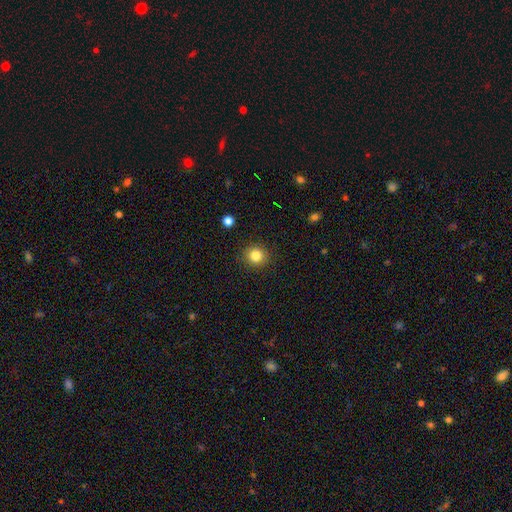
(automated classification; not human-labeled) Morphology: type=smooth (83%); roundness=round (90%); merging=none (91%).